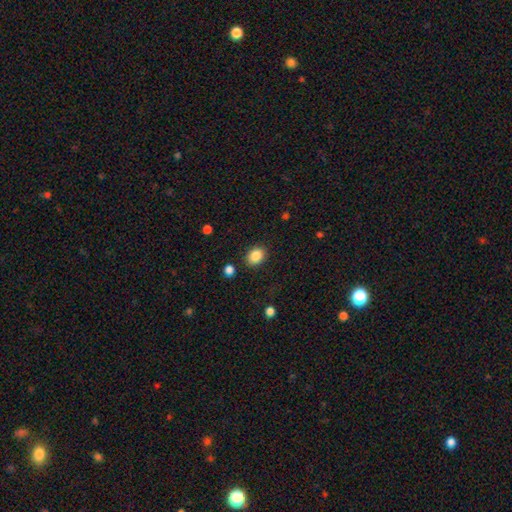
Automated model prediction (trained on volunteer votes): Morphology: type=smooth (86%); roundness=in between (54%); merging=none (86%).